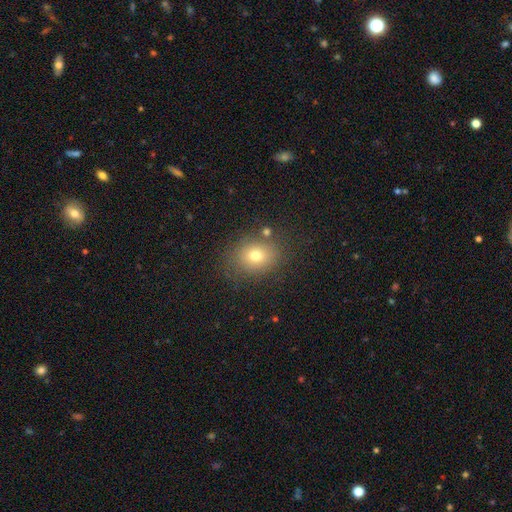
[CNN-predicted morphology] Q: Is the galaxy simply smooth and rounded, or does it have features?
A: smooth — 74%.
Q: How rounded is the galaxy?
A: round — 59%.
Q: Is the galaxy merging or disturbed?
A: none — 79%.